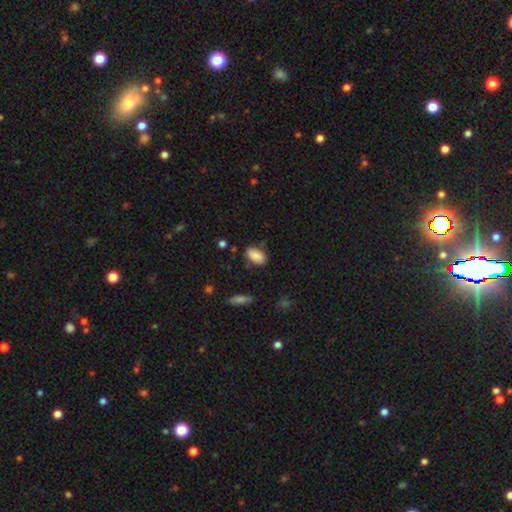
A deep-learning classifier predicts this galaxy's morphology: Q: Smooth or featured?
A: smooth (87%); runner-up: star or artifact (7%)
Q: How rounded?
A: in between (93%); runner-up: round (5%)
Q: Merging?
A: none (77%); runner-up: minor disturbance (16%)